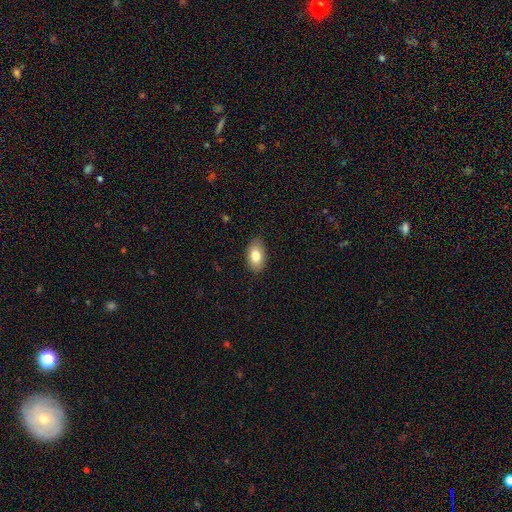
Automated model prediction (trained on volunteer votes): Smooth or featured? Predicted: smooth (p=0.82). How rounded? Predicted: in between (p=0.92). Merging? Predicted: none (p=0.86).